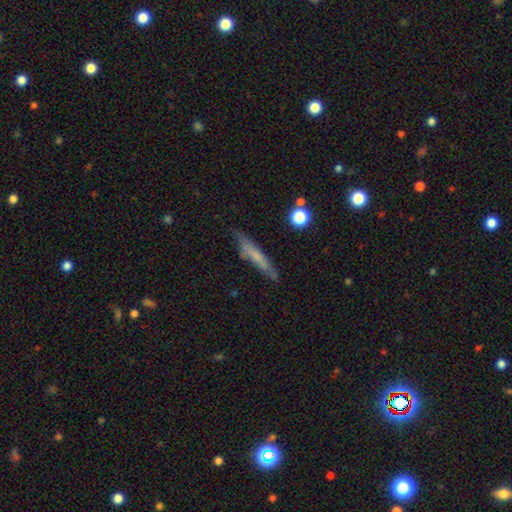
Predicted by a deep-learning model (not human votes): Q: Smooth or featured?
A: smooth (57%); runner-up: featured or disk (36%)
Q: How rounded?
A: cigar-shaped (92%); runner-up: in between (6%)
Q: Merging?
A: none (78%); runner-up: minor disturbance (16%)